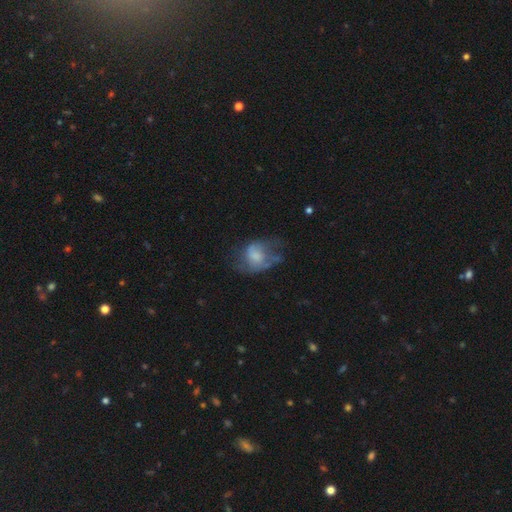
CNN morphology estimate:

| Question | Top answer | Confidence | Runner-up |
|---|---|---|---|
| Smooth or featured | smooth | 51% | featured or disk (39%) |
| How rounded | in between | 58% | round (41%) |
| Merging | major disturbance | 42% | none (27%) |